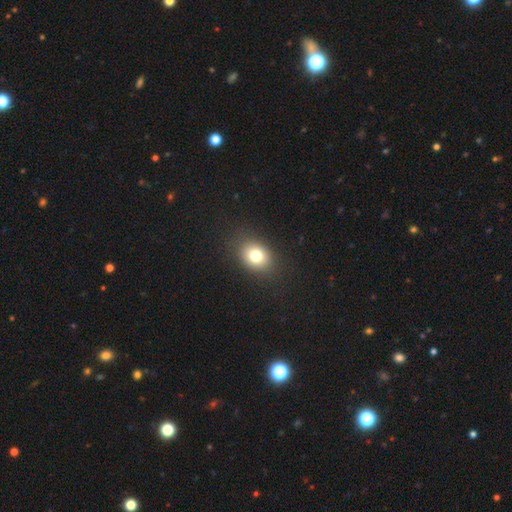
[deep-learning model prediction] Smooth or featured? Predicted: smooth (p=0.77). How rounded? Predicted: in between (p=0.56). Merging? Predicted: none (p=0.87).